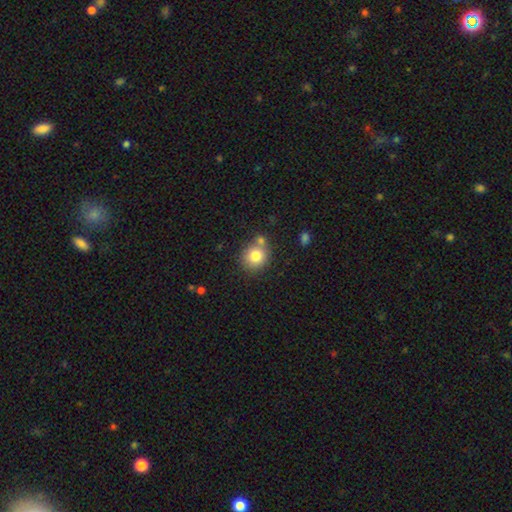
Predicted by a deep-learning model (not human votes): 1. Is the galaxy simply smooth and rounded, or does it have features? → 80% smooth, 10% star or artifact, 10% featured or disk.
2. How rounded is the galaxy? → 83% round, 16% in between, 1% cigar-shaped.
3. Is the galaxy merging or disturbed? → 65% none, 19% merger, 12% minor disturbance, 4% major disturbance.